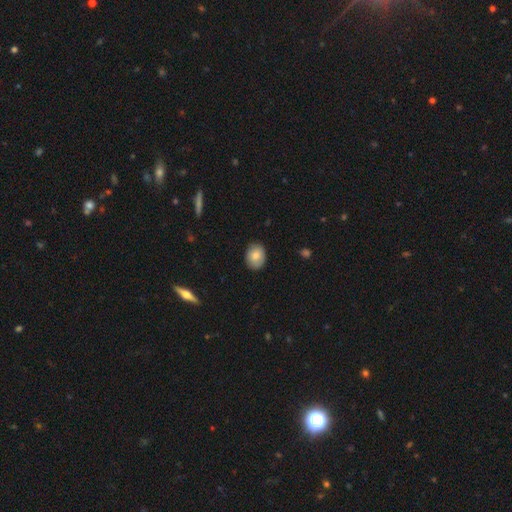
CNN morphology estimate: Smooth or featured: smooth — 81% (featured or disk — 11%)
How rounded: in between — 55% (round — 44%)
Merging: none — 85% (minor disturbance — 12%)